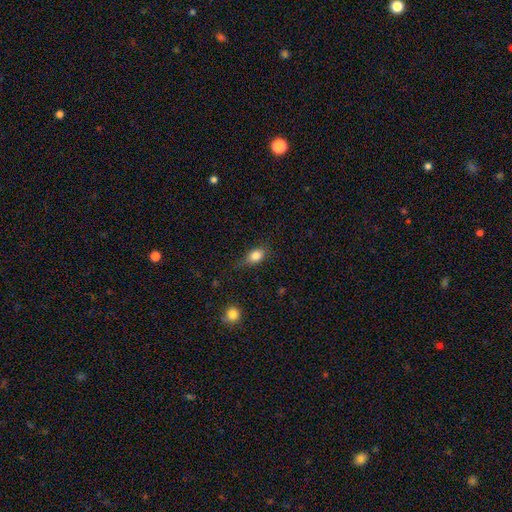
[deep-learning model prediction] The model was most divided on "merging": none: 65%, minor disturbance: 26%, major disturbance: 8%, merger: 2%. More confident: smooth or featured — smooth (82%); how rounded — in between (74%).